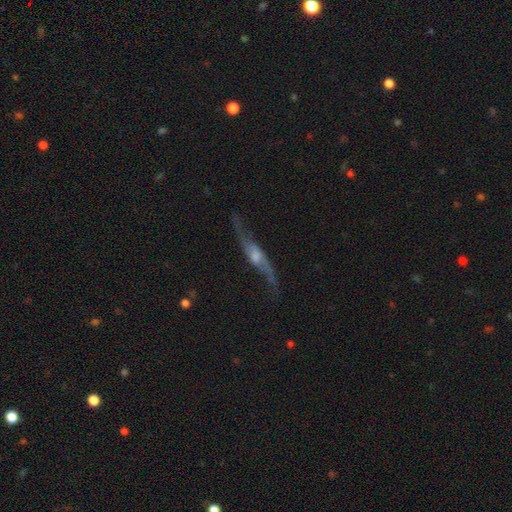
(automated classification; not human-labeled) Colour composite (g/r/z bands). It shows a featured or disk galaxy (82%). Merging: none (70%).